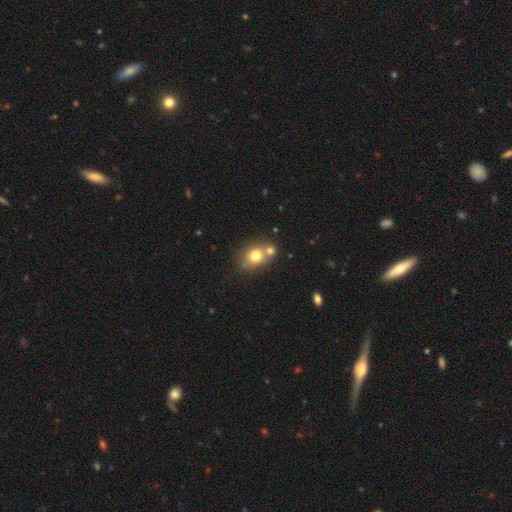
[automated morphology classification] The model was most divided on "merging": none: 50%, merger: 37%, minor disturbance: 10%, major disturbance: 3%. More confident: smooth or featured — smooth (75%); how rounded — round (65%).